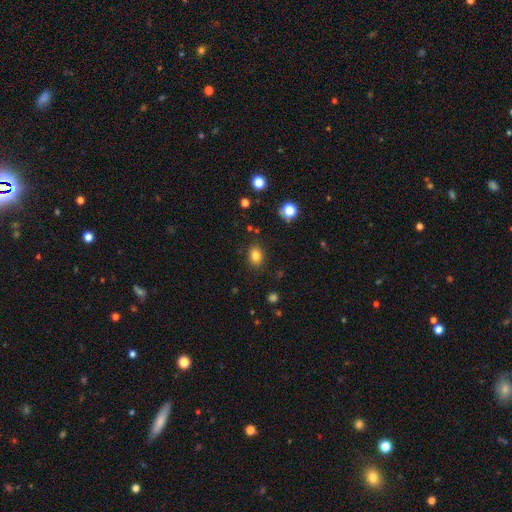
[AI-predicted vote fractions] smooth 82%, star or artifact 12%, featured or disk 6%. Down the decision tree: how rounded — in between (62%); merging — none (84%).